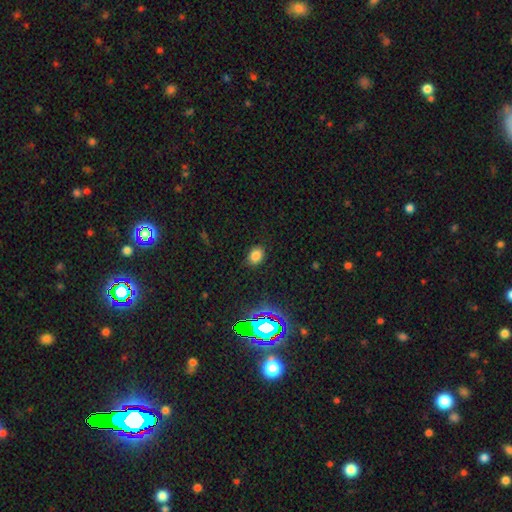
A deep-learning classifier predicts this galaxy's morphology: This is likely a smooth galaxy (78%). How rounded: possibly in between (57%). Merging: clearly none (85%).